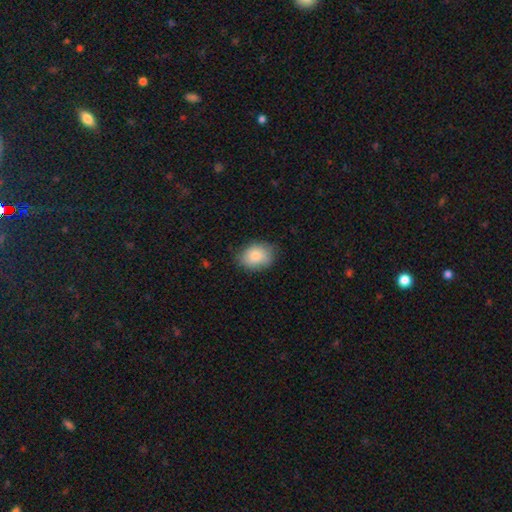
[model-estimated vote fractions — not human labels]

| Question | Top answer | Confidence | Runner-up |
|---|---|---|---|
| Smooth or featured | smooth | 85% | featured or disk (8%) |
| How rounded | in between | 67% | round (32%) |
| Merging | none | 76% | minor disturbance (19%) |